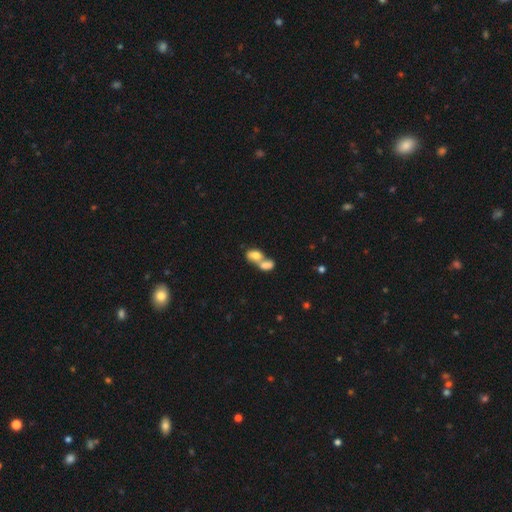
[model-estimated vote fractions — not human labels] This is likely a smooth galaxy (72%). How rounded: clearly in between (81%). Merging: likely merger (77%).